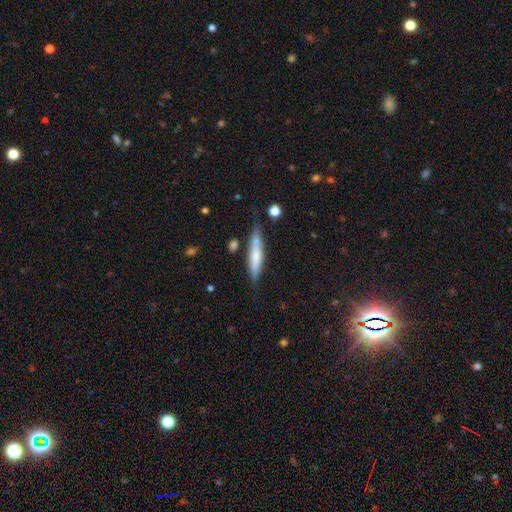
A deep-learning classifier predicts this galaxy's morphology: A smooth galaxy with no disk features (63%) that is cigar-shaped (86%). Merging: none (66%).